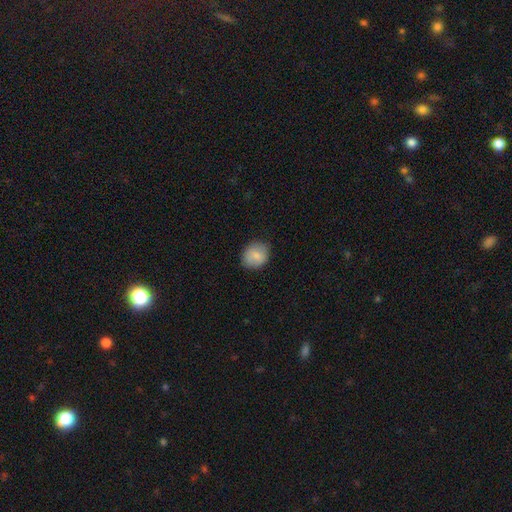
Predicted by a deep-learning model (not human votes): Morphology: type=smooth (80%); roundness=round (68%); merging=none (83%).